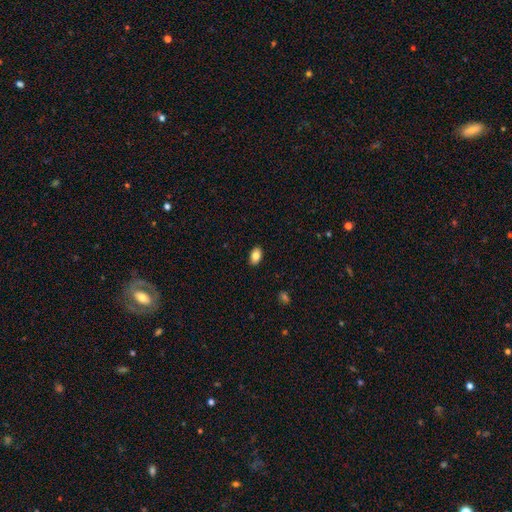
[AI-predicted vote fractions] This appears to be a smooth galaxy with no disk features (83%) that is in between round and cigar-shaped (90%). Merging: none (89%).